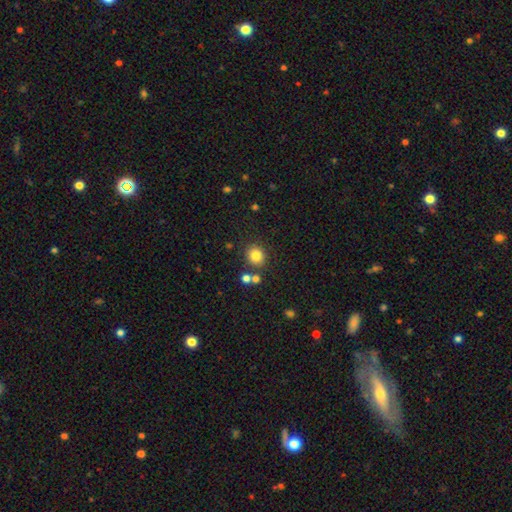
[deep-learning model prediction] Smooth or featured? Predicted: smooth (p=0.82). How rounded? Predicted: round (p=0.82). Merging? Predicted: none (p=0.79).